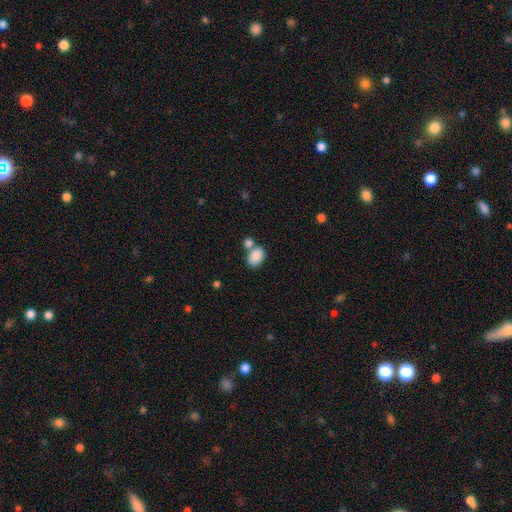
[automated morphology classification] smooth-or-featured: smooth: 86% | star or artifact: 8% | featured or disk: 6%
  how-rounded: in between: 88% | round: 11% | cigar-shaped: 1%
  merging: none: 49% | merger: 35% | minor disturbance: 12% | major disturbance: 4%